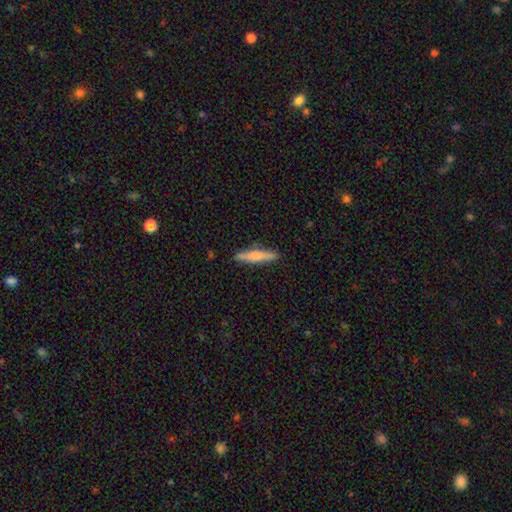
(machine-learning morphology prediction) Q: Smooth or featured?
A: smooth (65%); runner-up: featured or disk (29%)
Q: How rounded?
A: cigar-shaped (91%); runner-up: in between (8%)
Q: Merging?
A: none (88%); runner-up: minor disturbance (9%)